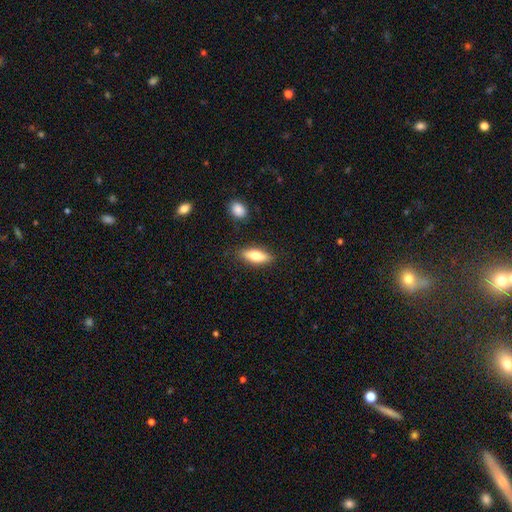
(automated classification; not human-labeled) This appears to be a smooth galaxy with no disk features (73%) that is in between round and cigar-shaped (62%). Merging: none (84%).